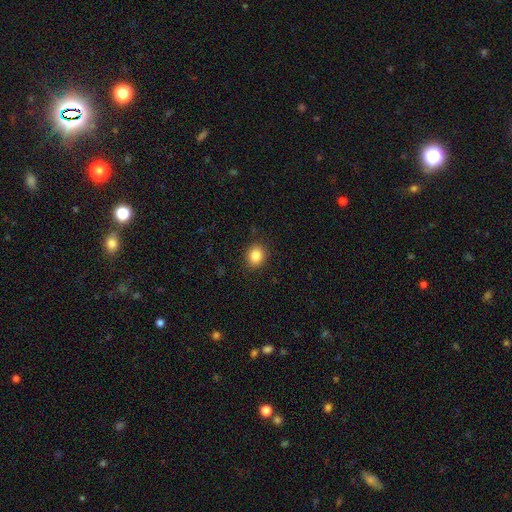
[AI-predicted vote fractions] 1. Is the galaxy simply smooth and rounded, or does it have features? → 85% smooth, 10% star or artifact, 5% featured or disk.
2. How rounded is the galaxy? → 69% round, 30% in between, 1% cigar-shaped.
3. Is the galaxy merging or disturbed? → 89% none, 8% minor disturbance, 2% major disturbance, 1% merger.